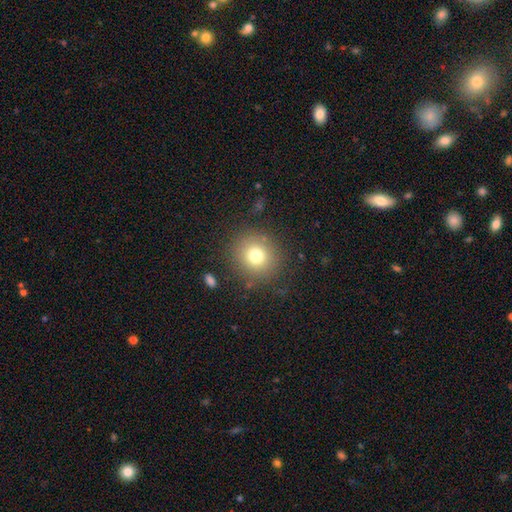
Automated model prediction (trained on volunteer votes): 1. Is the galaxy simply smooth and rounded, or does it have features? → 75% smooth, 13% star or artifact, 11% featured or disk.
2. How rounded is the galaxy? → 89% round, 10% in between, 1% cigar-shaped.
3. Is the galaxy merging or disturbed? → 84% none, 9% minor disturbance, 5% major disturbance, 2% merger.